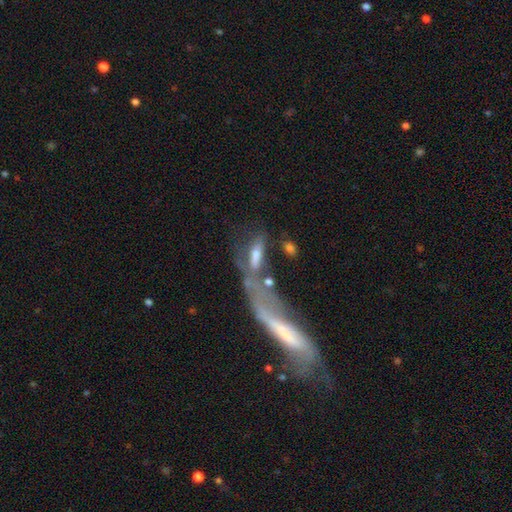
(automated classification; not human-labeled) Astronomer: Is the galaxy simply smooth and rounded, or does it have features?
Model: smooth — 45%, tied with featured or disk at 45%.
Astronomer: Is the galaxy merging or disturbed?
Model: merger — 46% (runner-up: major disturbance, 21%).